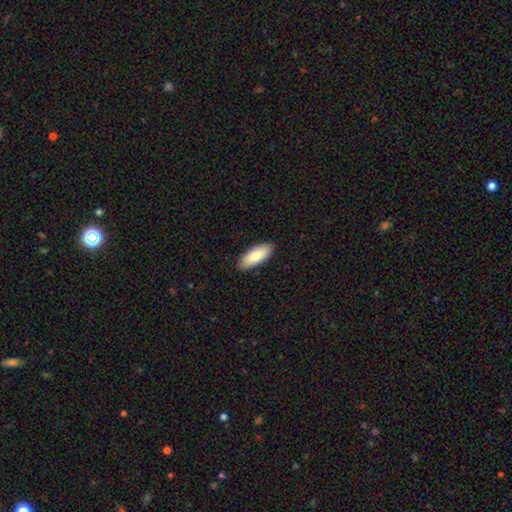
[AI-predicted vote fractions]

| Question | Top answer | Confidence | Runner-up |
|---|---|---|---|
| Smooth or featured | smooth | 82% | featured or disk (13%) |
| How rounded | in between | 78% | cigar-shaped (20%) |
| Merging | none | 89% | minor disturbance (8%) |